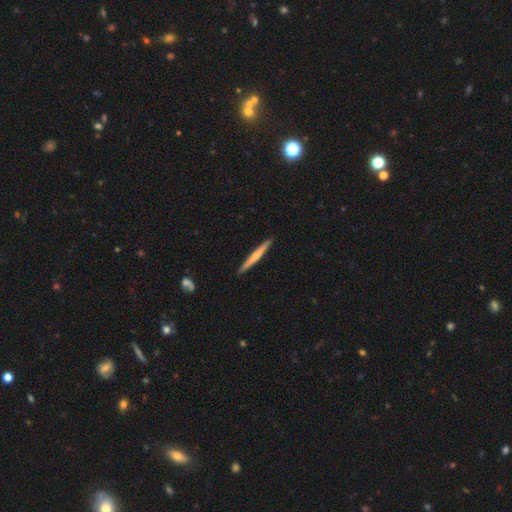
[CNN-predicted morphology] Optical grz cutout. It shows a smooth galaxy with no disk features (54%) that is cigar-shaped (97%). Merging: none (92%).